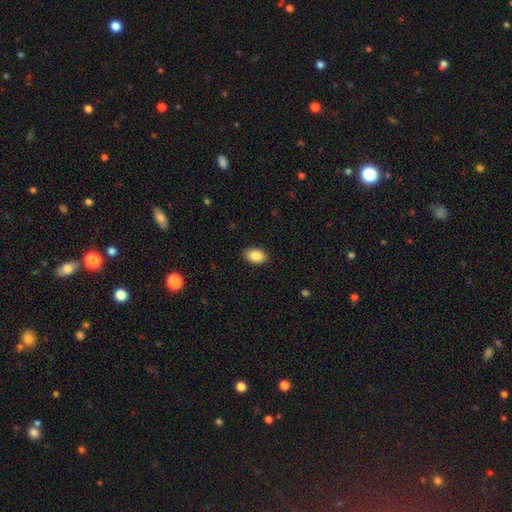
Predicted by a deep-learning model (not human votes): This is clearly a smooth galaxy (87%). How rounded: clearly in between (90%). Merging: clearly none (89%).